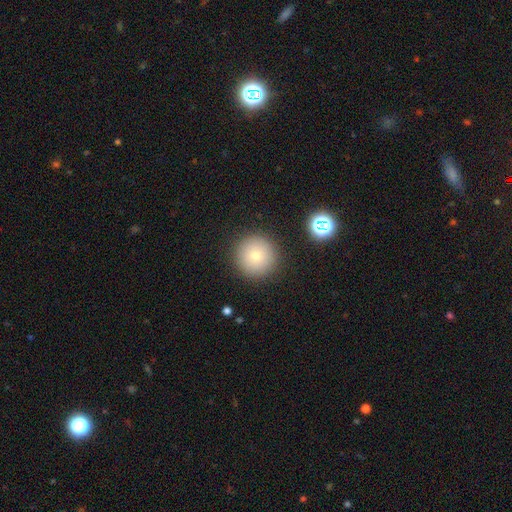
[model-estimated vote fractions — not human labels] Smooth or featured? Predicted: smooth (p=0.75). How rounded? Predicted: round (p=0.96). Merging? Predicted: none (p=0.90).